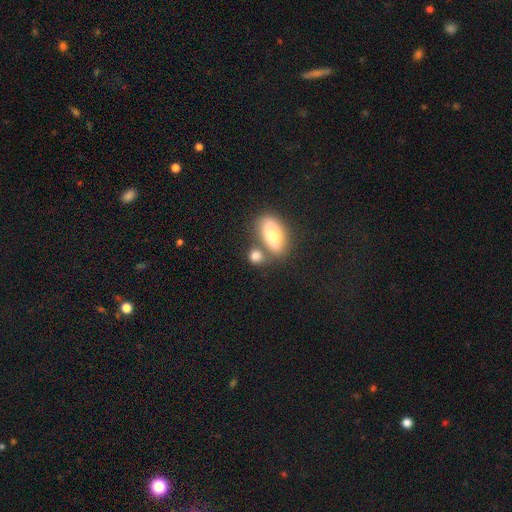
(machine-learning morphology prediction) Smooth or featured?
  - smooth: 77% *
  - featured or disk: 14%
  - star or artifact: 9%
How rounded?
  - in between: 55% *
  - round: 41%
  - cigar-shaped: 4%
Merging?
  - none: 53% *
  - merger: 28%
  - minor disturbance: 13%
  - major disturbance: 5%